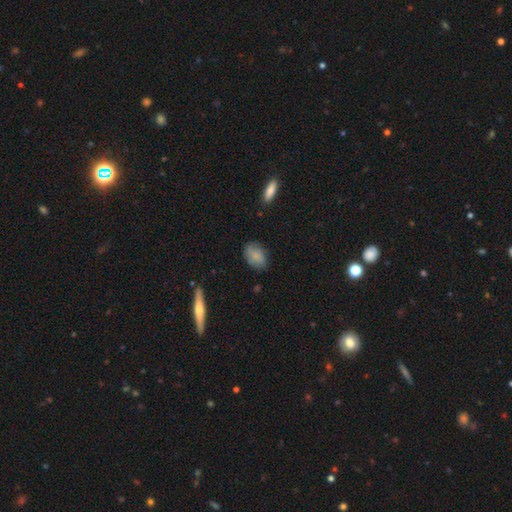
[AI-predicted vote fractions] Q: Smooth or featured?
A: smooth (81%); runner-up: featured or disk (11%)
Q: How rounded?
A: in between (85%); runner-up: round (13%)
Q: Merging?
A: none (76%); runner-up: minor disturbance (19%)